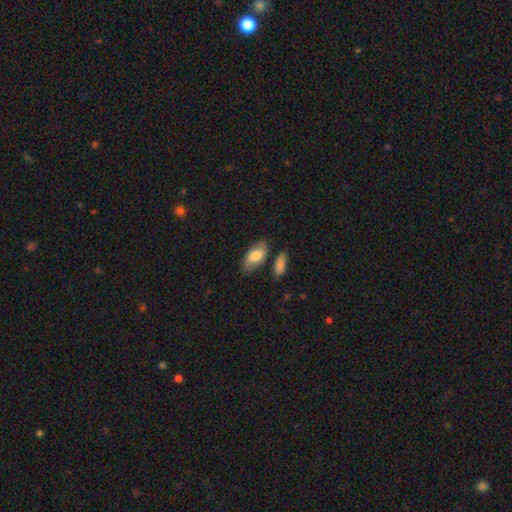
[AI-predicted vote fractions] smooth-or-featured: smooth: 76% | featured or disk: 18% | star or artifact: 6%
  how-rounded: in between: 92% | cigar-shaped: 4% | round: 4%
  merging: none: 71% | minor disturbance: 17% | merger: 7% | major disturbance: 4%